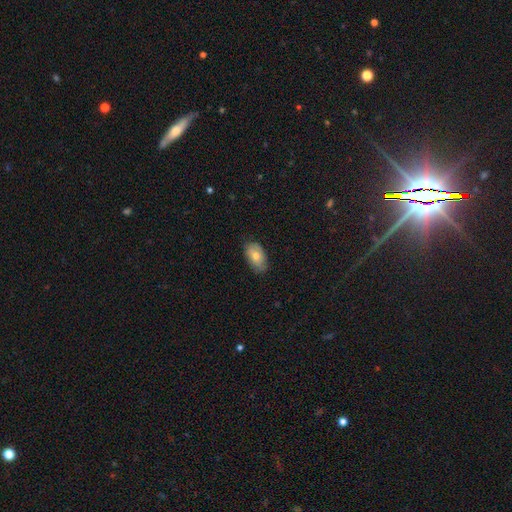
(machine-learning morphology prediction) smooth-or-featured: smooth: 72% | featured or disk: 21% | star or artifact: 7%
  how-rounded: in between: 92% | round: 6% | cigar-shaped: 2%
  merging: none: 79% | minor disturbance: 17% | major disturbance: 3% | merger: 1%